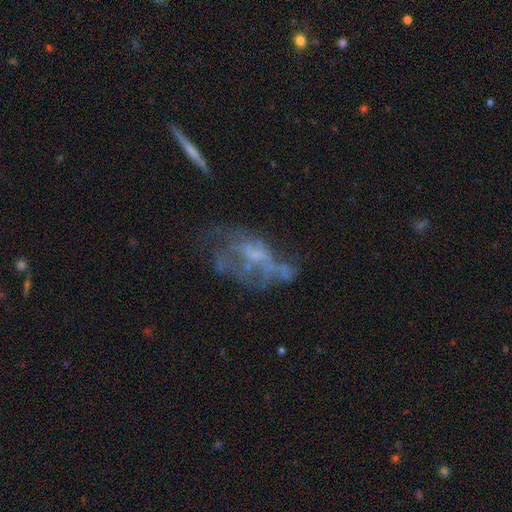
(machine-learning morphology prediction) featured or disk 63%, smooth 22%, star or artifact 15%. Down the decision tree: edge-on disk — no (95%); bar — no (76%); spiral arms — no (81%); bulge size — none (50%); merging — major disturbance (38%).